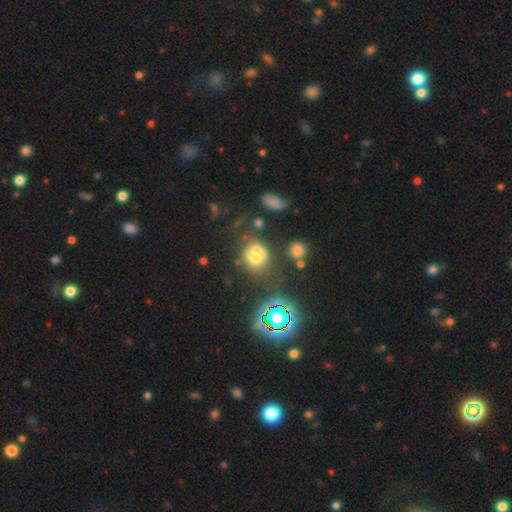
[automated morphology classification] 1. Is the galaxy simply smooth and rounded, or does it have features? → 51% smooth, 25% star or artifact, 24% featured or disk.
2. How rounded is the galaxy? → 68% round, 31% in between, 1% cigar-shaped.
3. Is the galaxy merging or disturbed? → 44% merger, 35% none, 12% minor disturbance, 9% major disturbance.